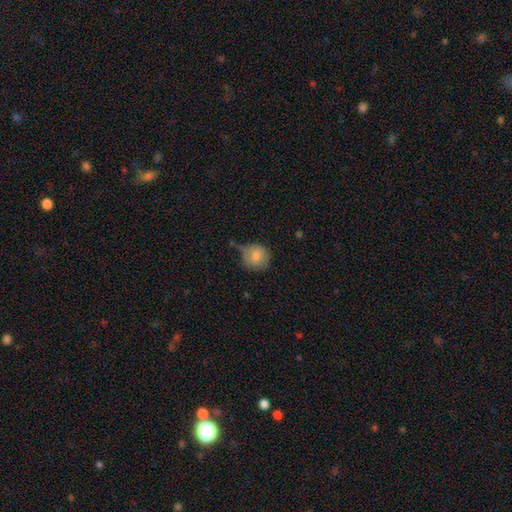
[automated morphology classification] The model was most divided on "merging": none: 53%, minor disturbance: 31%, major disturbance: 10%, merger: 6%. More confident: how rounded — round (86%); smooth or featured — smooth (79%).